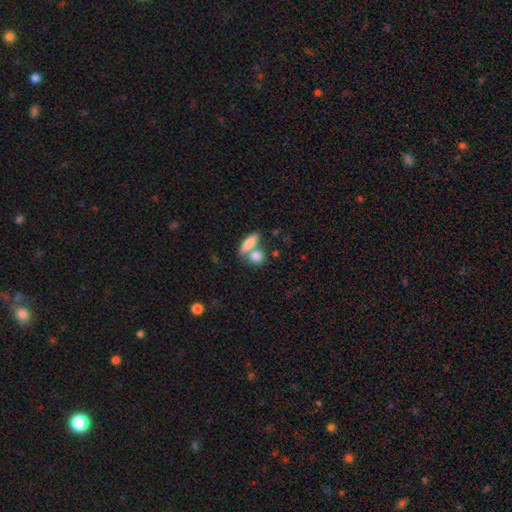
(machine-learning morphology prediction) Smooth or featured? smooth (82%)
How rounded? in between (55%)
Merging? none (43%, tied with merger)